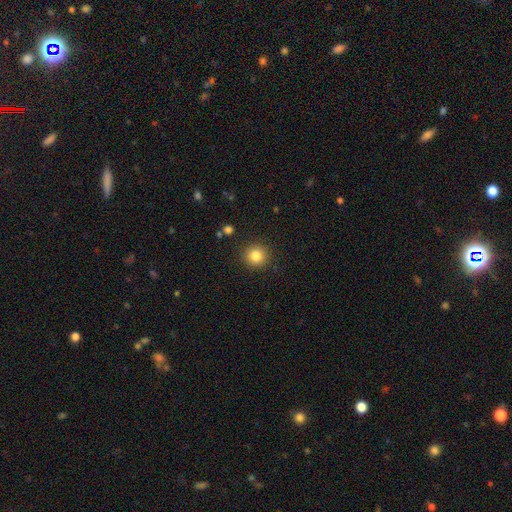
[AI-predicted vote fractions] Overall: smooth (84%). How rounded: round (93%). Merging: none (90%).